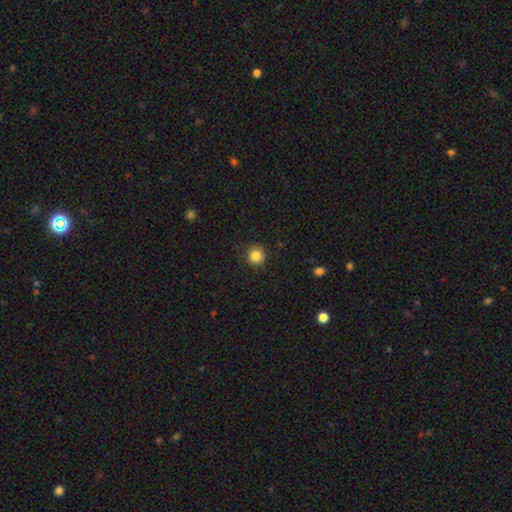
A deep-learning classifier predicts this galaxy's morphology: Smooth or featured?
  - smooth: 84% *
  - star or artifact: 11%
  - featured or disk: 5%
How rounded?
  - round: 94% *
  - in between: 5%
  - cigar-shaped: 1%
Merging?
  - none: 88% *
  - minor disturbance: 8%
  - major disturbance: 3%
  - merger: 1%